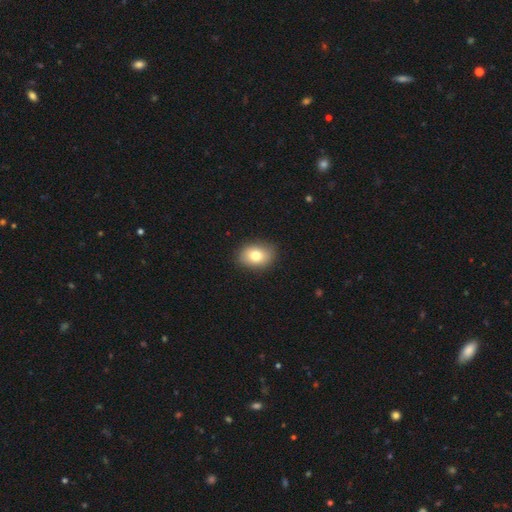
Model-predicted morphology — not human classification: Smooth or featured: smooth — 78% (featured or disk — 13%)
How rounded: in between — 66% (round — 33%)
Merging: none — 88% (minor disturbance — 9%)